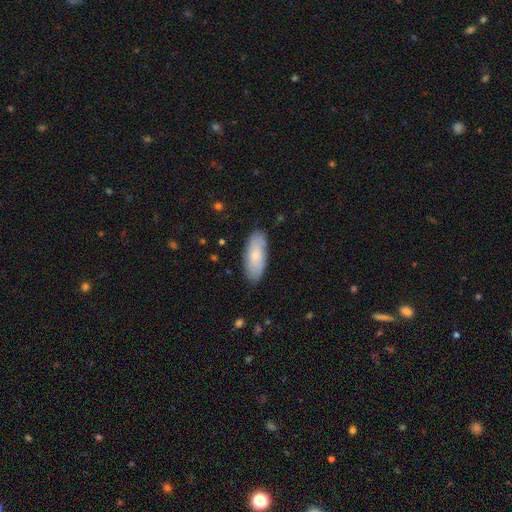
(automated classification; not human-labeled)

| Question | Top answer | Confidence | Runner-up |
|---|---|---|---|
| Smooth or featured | smooth | 76% | featured or disk (19%) |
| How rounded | in between | 79% | cigar-shaped (20%) |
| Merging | none | 84% | minor disturbance (13%) |